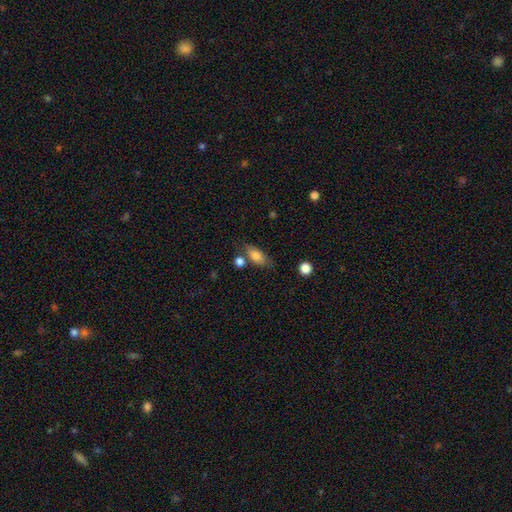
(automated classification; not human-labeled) Smooth or featured? smooth (79%)
How rounded? in between (82%)
Merging? none (64%)